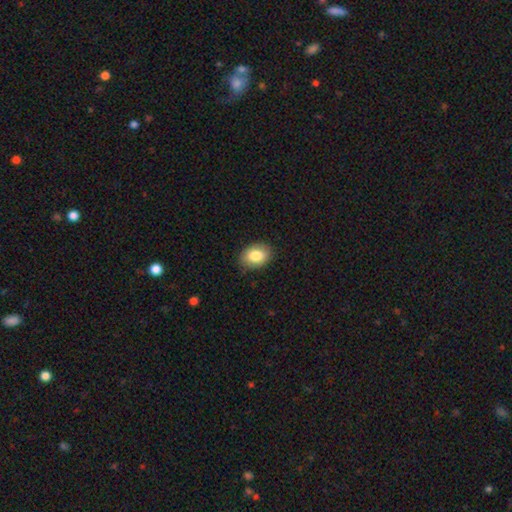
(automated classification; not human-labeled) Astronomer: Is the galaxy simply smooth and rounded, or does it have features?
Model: smooth — 83%.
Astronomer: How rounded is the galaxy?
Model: in between — 79%.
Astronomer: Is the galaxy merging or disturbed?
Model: none — 85%.